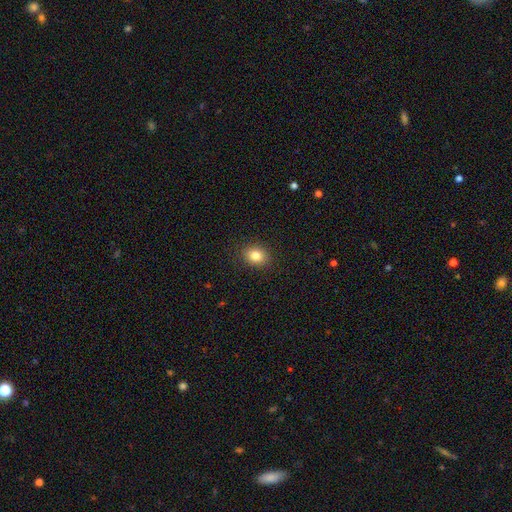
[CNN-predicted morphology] smooth_or_featured: smooth (p=0.83) [alt: star or artifact p=0.10]
how_rounded: round (p=0.53) [alt: in between p=0.47]
merging: none (p=0.89) [alt: minor disturbance p=0.08]